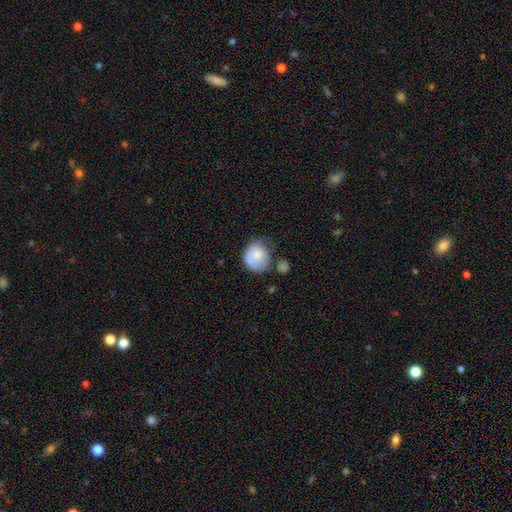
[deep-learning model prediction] Smooth or featured? smooth (72%)
How rounded? round (71%)
Merging? none (38%)